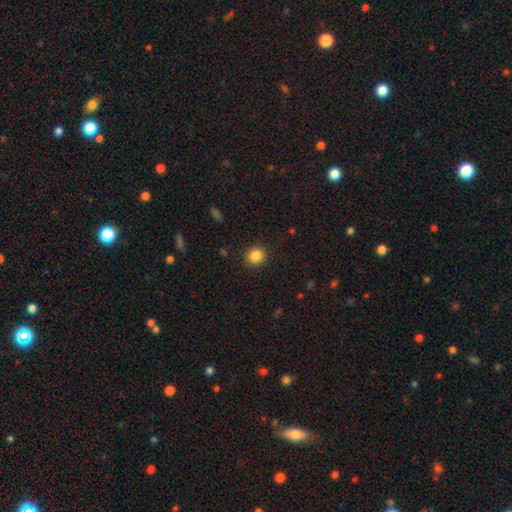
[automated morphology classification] smooth-or-featured: smooth: 85% | star or artifact: 10% | featured or disk: 4%
  how-rounded: round: 83% | in between: 16% | cigar-shaped: 1%
  merging: none: 90% | minor disturbance: 7% | major disturbance: 2% | merger: 1%